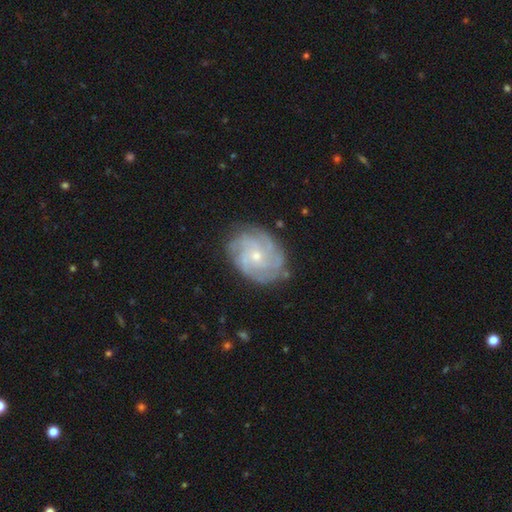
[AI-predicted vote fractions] smooth_or_featured: featured or disk (p=0.83) [alt: smooth p=0.10]
disk_edge_on: no (p=0.97) [alt: yes p=0.03]
bar: no (p=0.74) [alt: weak p=0.22]
has_spiral_arms: yes (p=0.96) [alt: no p=0.04]
spiral_winding: tight (p=0.67) [alt: medium p=0.27]
spiral_arm_count: 4 (p=0.32) [alt: can't tell p=0.24]
bulge_size: small (p=0.68) [alt: moderate p=0.28]
merging: none (p=0.80) [alt: minor disturbance p=0.15]